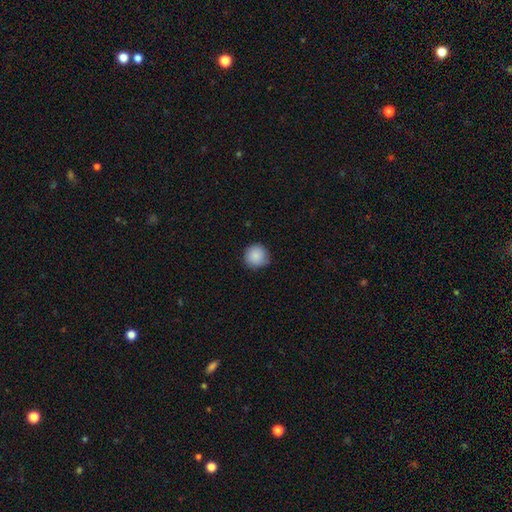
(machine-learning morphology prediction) Smooth or featured? Predicted: smooth (p=0.88). How rounded? Predicted: round (p=0.95). Merging? Predicted: none (p=0.83).